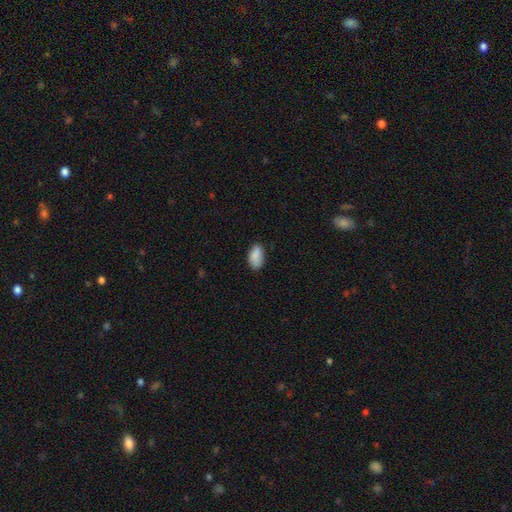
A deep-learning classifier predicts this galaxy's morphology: smooth-or-featured: smooth: 87% | star or artifact: 7% | featured or disk: 6%
  how-rounded: in between: 93% | round: 5% | cigar-shaped: 2%
  merging: none: 74% | minor disturbance: 21% | major disturbance: 4% | merger: 2%